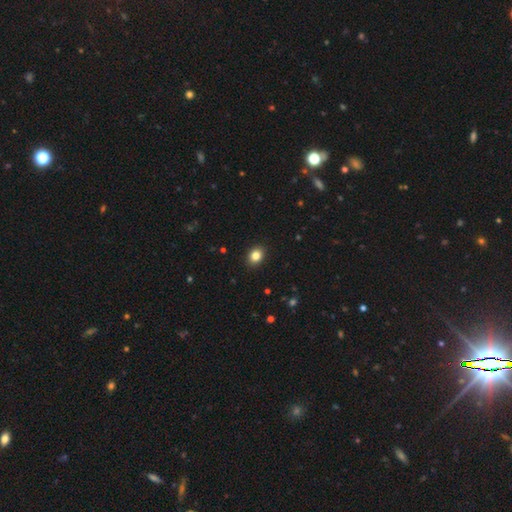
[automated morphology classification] smooth-or-featured: smooth: 84% | star or artifact: 10% | featured or disk: 6%
  how-rounded: in between: 54% | round: 46% | cigar-shaped: 1%
  merging: none: 91% | minor disturbance: 7% | major disturbance: 2% | merger: 1%